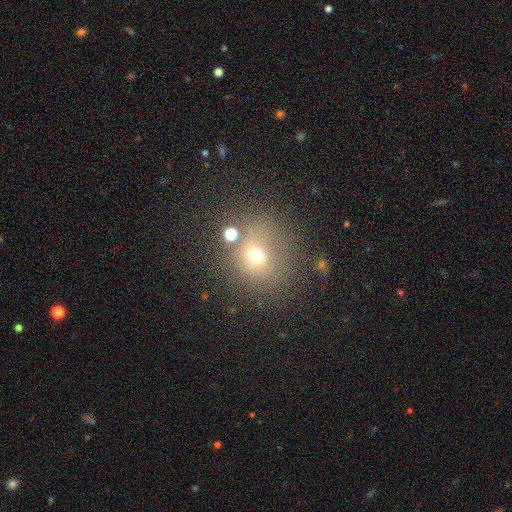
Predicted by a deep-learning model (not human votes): Smooth or featured: smooth — 65% (star or artifact — 21%)
How rounded: round — 82% (in between — 17%)
Merging: none — 65% (minor disturbance — 15%)